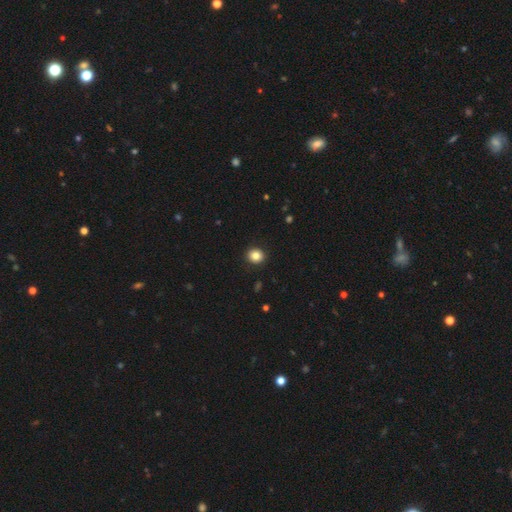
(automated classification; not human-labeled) smooth 84%, star or artifact 10%, featured or disk 6%. Down the decision tree: how rounded — round (81%); merging — none (92%).